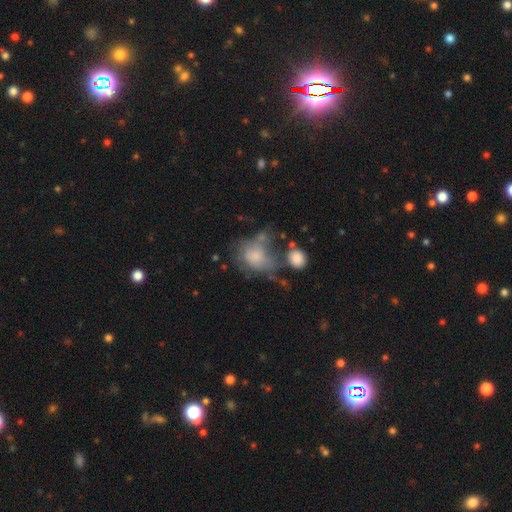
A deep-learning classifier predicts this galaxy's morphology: Smooth or featured: smooth — 60% (featured or disk — 31%)
How rounded: in between — 57% (round — 42%)
Merging: major disturbance — 34% (none — 23%)